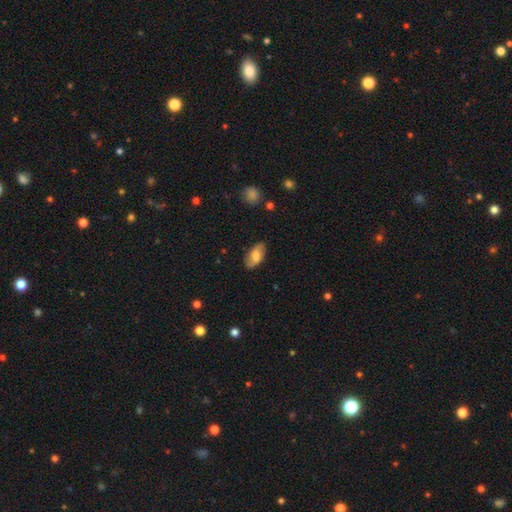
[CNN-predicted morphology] Smooth or featured? Predicted: smooth (p=0.49). Merging? Predicted: none (p=0.80).